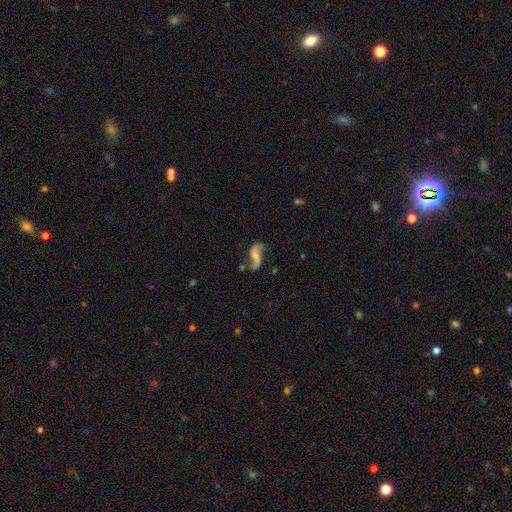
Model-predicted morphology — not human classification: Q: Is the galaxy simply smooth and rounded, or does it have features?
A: featured or disk — 79%.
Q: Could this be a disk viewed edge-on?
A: no — 96%.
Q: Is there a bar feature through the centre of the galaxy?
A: no — 52%.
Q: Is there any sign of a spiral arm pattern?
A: yes — 93%.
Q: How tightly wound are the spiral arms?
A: loose — 84%.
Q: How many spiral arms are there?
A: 2 — 90%.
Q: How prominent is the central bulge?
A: none — 40%.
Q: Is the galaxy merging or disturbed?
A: none — 60%.